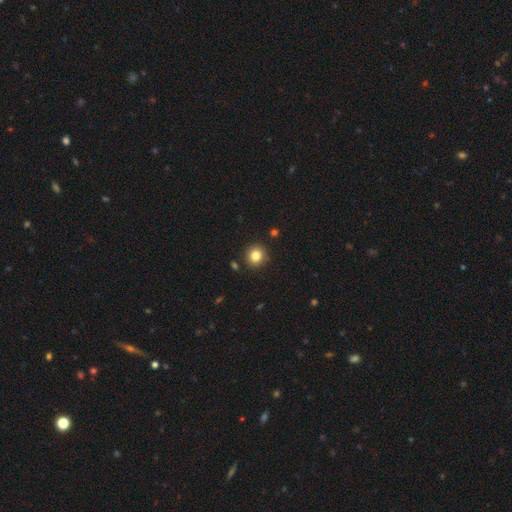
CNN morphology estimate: The model was most divided on "smooth or featured": smooth: 83%, star or artifact: 11%, featured or disk: 6%. More confident: merging — none (90%); how rounded — round (90%).